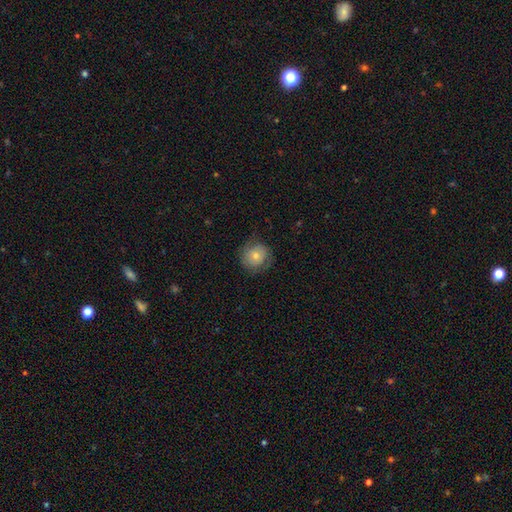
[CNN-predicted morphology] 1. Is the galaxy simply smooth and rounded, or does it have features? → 64% smooth, 28% featured or disk, 8% star or artifact.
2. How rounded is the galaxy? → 88% round, 11% in between, 1% cigar-shaped.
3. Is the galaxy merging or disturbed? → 72% none, 19% minor disturbance, 8% major disturbance, 1% merger.